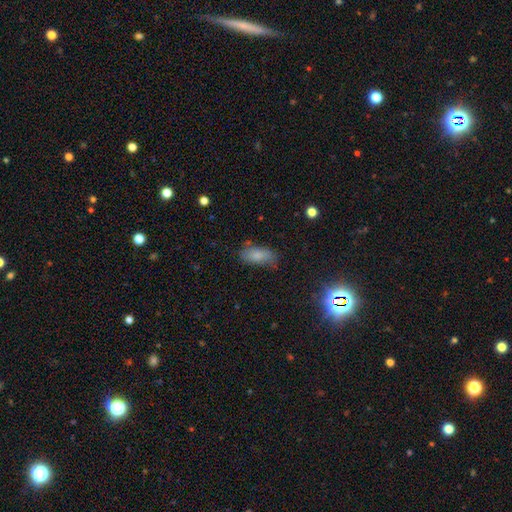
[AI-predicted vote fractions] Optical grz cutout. It shows a smooth galaxy with no disk features (80%) that is in between round and cigar-shaped (88%). Merging: none (71%).